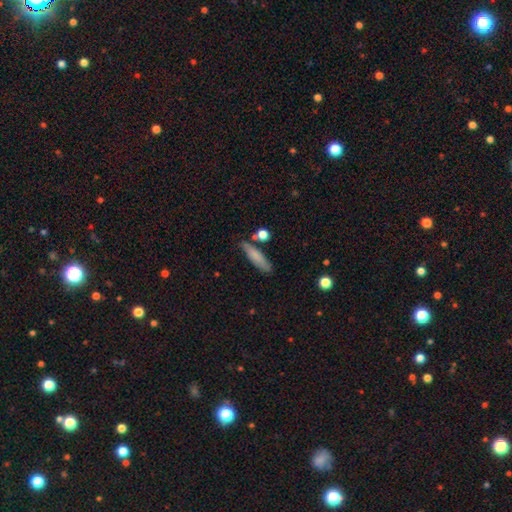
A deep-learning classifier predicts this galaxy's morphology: Smooth or featured?
  - smooth: 76% *
  - featured or disk: 17%
  - star or artifact: 7%
How rounded?
  - cigar-shaped: 71% *
  - in between: 26%
  - round: 3%
Merging?
  - none: 73% *
  - minor disturbance: 17%
  - merger: 7%
  - major disturbance: 4%